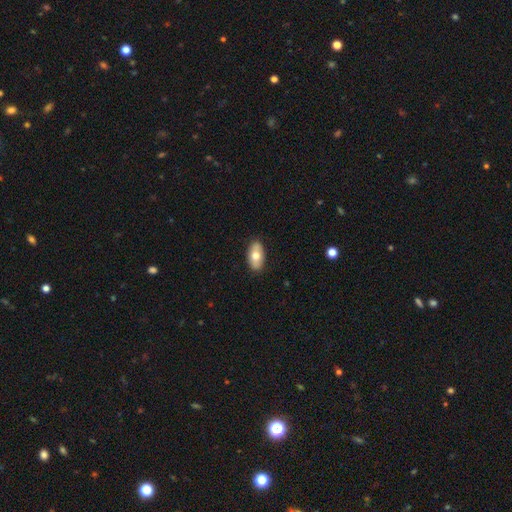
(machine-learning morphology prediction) Q: Smooth or featured?
A: smooth (68%); runner-up: featured or disk (26%)
Q: How rounded?
A: in between (93%); runner-up: round (4%)
Q: Merging?
A: none (87%); runner-up: minor disturbance (10%)